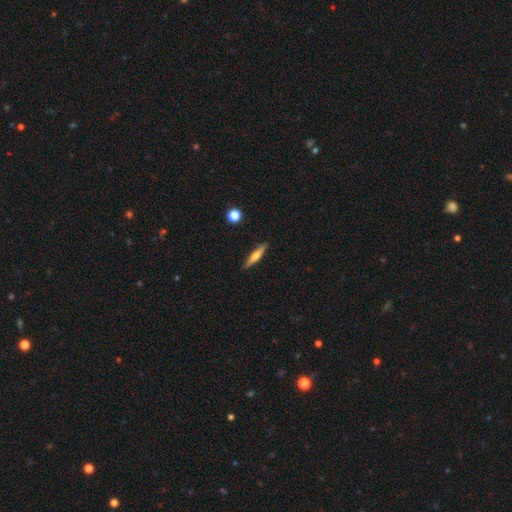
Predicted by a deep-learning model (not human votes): This appears to be a featured or disk galaxy (49%). Merging: none (89%).